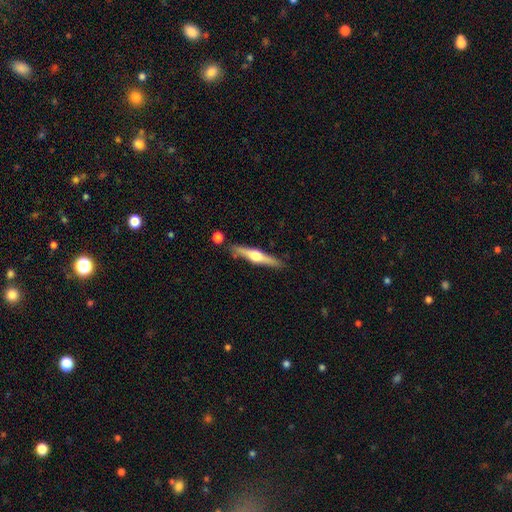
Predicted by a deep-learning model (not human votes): Q: Smooth or featured?
A: featured or disk (70%); runner-up: smooth (25%)
Q: Edge-on disk?
A: yes (97%); runner-up: no (3%)
Q: Edge-on bulge?
A: rounded (94%); runner-up: boxy (4%)
Q: Merging?
A: none (83%); runner-up: minor disturbance (10%)